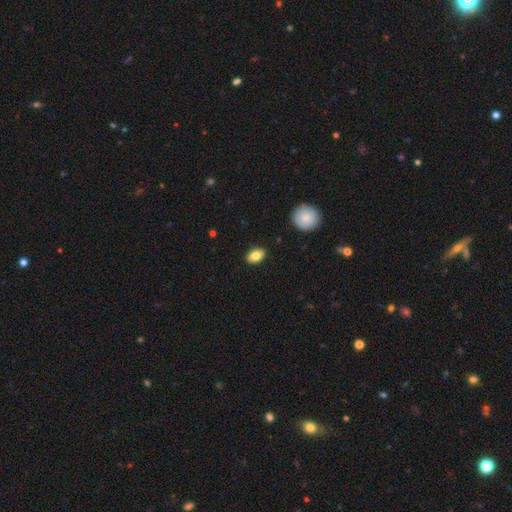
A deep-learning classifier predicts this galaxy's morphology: Smooth or featured: smooth — 83% (featured or disk — 9%)
How rounded: in between — 87% (round — 11%)
Merging: none — 88% (minor disturbance — 8%)